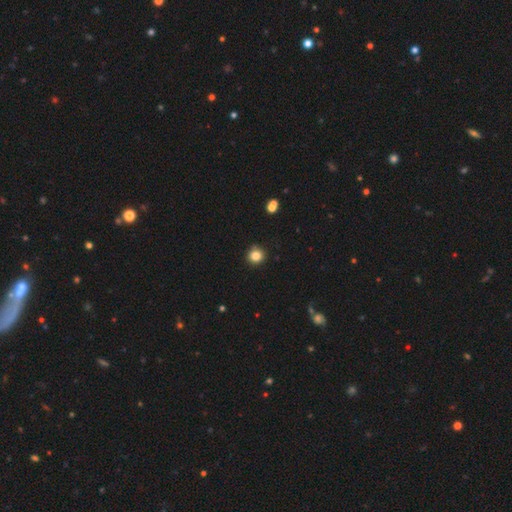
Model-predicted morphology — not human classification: type=smooth (84%); roundness=round (91%); merging=none (86%).